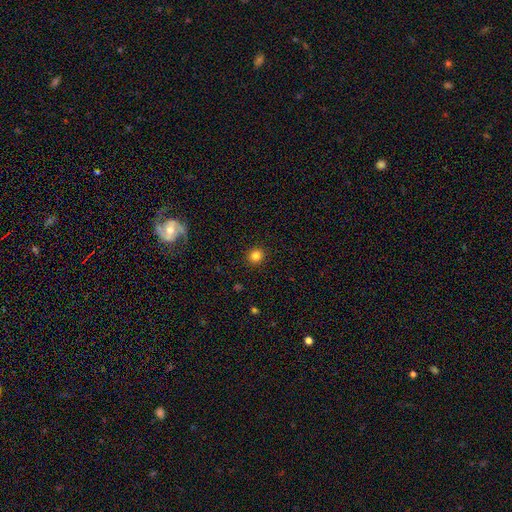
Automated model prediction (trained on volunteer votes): smooth-or-featured: smooth: 83% | star or artifact: 12% | featured or disk: 5%
  how-rounded: round: 85% | in between: 15% | cigar-shaped: 1%
  merging: none: 92% | minor disturbance: 5% | major disturbance: 2% | merger: 1%